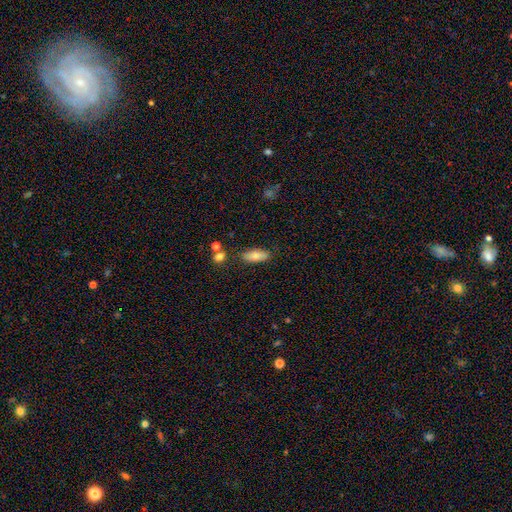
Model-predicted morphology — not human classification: type=smooth (78%); roundness=in between (80%); merging=none (80%).